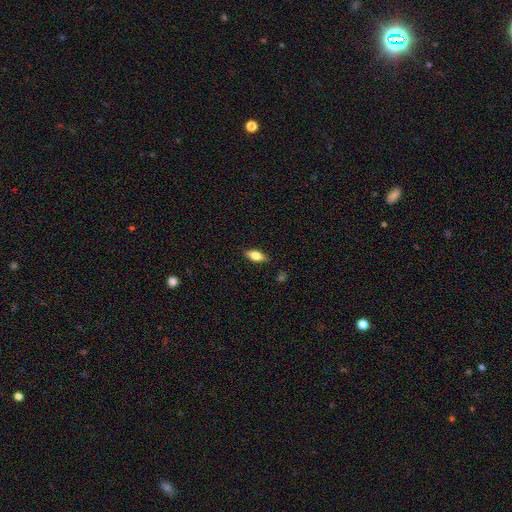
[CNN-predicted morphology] A smooth galaxy with no disk features (69%) that is in between round and cigar-shaped (80%).

Vote fractions:
- Smooth or featured? smooth: 69% / featured or disk: 24% / star or artifact: 7%
- How rounded? in between: 80% / cigar-shaped: 17% / round: 3%
- Merging? none: 86% / minor disturbance: 11% / major disturbance: 2% / merger: 1%